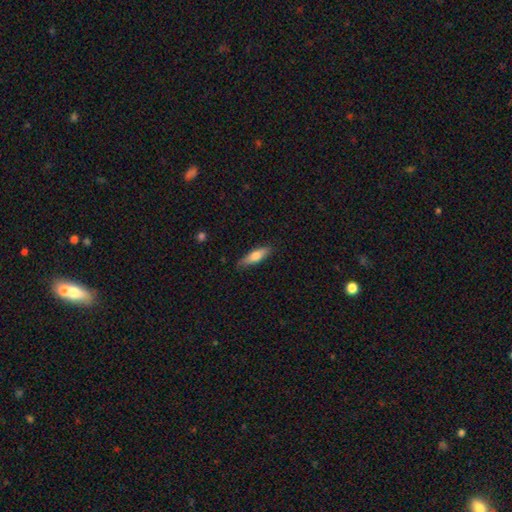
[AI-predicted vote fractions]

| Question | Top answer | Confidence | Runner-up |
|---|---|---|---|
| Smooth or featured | smooth | 69% | featured or disk (25%) |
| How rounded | cigar-shaped | 55% | in between (43%) |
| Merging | none | 80% | minor disturbance (16%) |